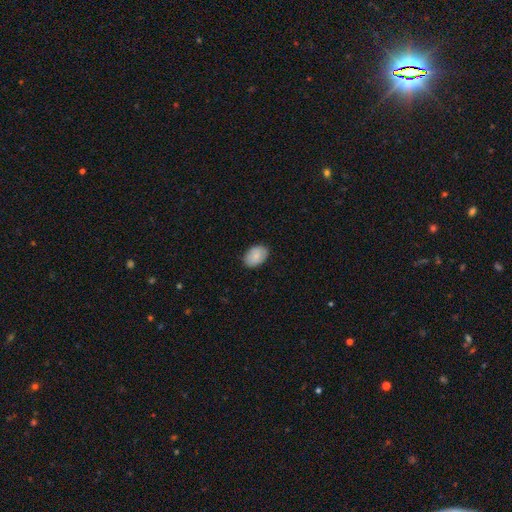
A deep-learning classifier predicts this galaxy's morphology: This is clearly a smooth galaxy (85%). How rounded: clearly in between (86%). Merging: clearly none (87%).